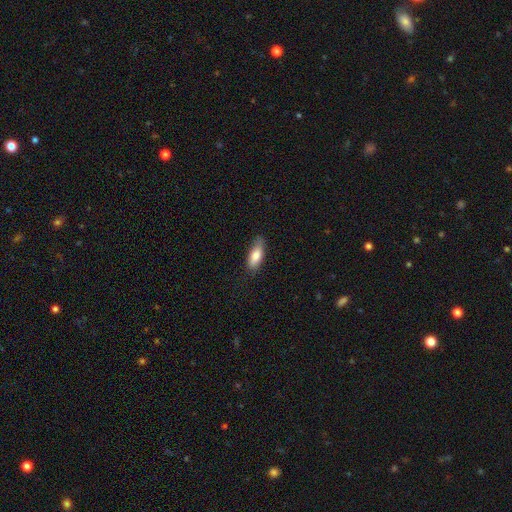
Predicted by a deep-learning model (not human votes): smooth 80%, featured or disk 14%, star or artifact 6%. Down the decision tree: how rounded — in between (72%); merging — none (74%).